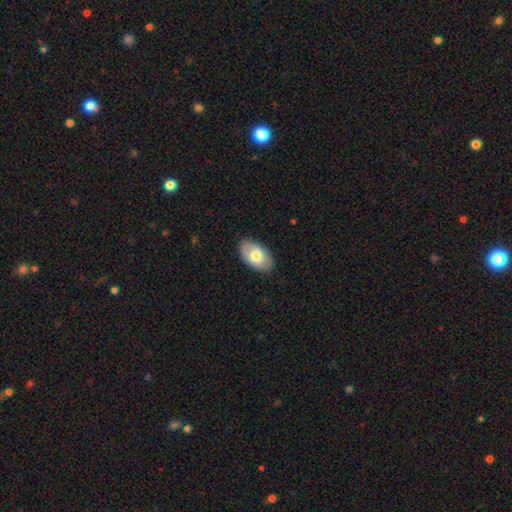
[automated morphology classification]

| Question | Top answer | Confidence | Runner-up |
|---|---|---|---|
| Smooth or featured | smooth | 75% | featured or disk (19%) |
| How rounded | in between | 94% | round (5%) |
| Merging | none | 86% | minor disturbance (11%) |